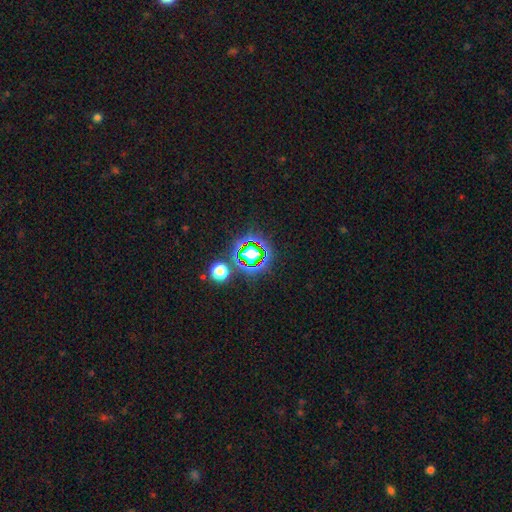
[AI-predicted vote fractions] star or artifact 66%, smooth 23%, featured or disk 12%.